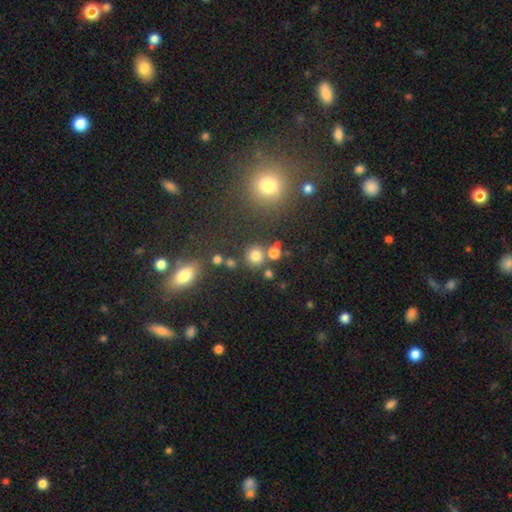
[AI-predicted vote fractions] This is likely a smooth galaxy (76%). How rounded: clearly round (90%). Merging: likely none (77%).